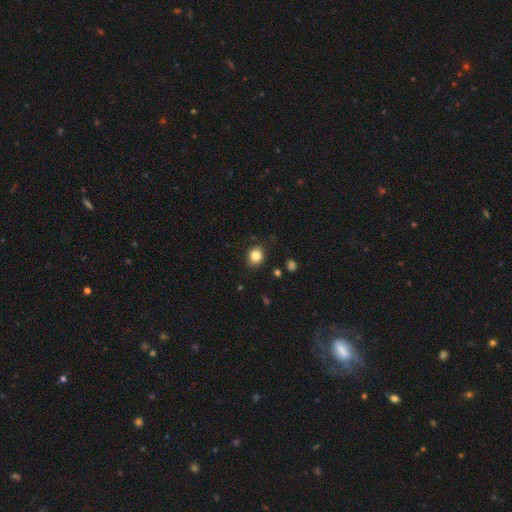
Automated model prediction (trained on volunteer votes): Morphology: type=smooth (84%); roundness=round (74%); merging=none (87%).